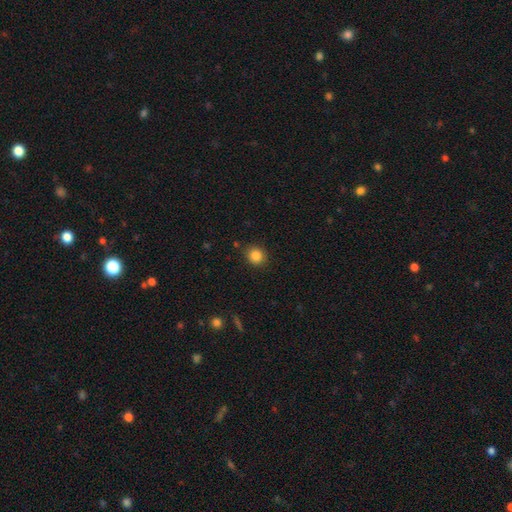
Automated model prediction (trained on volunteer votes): smooth 85%, star or artifact 11%, featured or disk 5%. Down the decision tree: how rounded — round (83%); merging — none (88%).